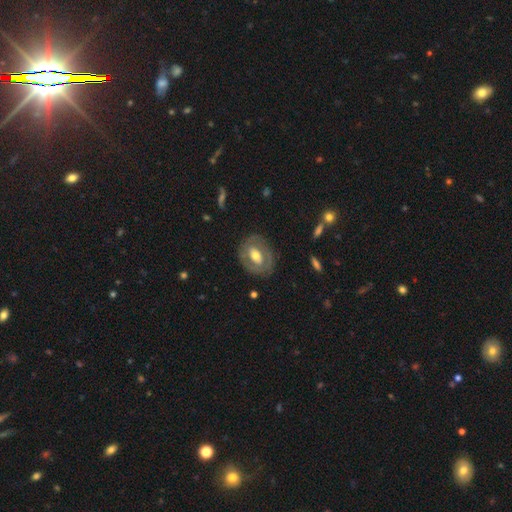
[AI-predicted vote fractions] Smooth or featured? Predicted: featured or disk (p=0.59). Edge-on disk? Predicted: no (p=0.93). Bar? Predicted: no (p=0.48). Spiral arms? Predicted: no (p=0.68). Bulge size? Predicted: moderate (p=0.67). Merging? Predicted: none (p=0.78).